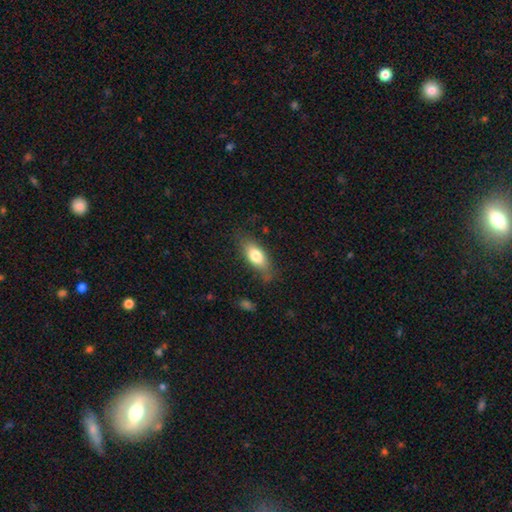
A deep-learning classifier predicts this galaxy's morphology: Smooth or featured? smooth (76%)
How rounded? in between (79%)
Merging? none (72%)